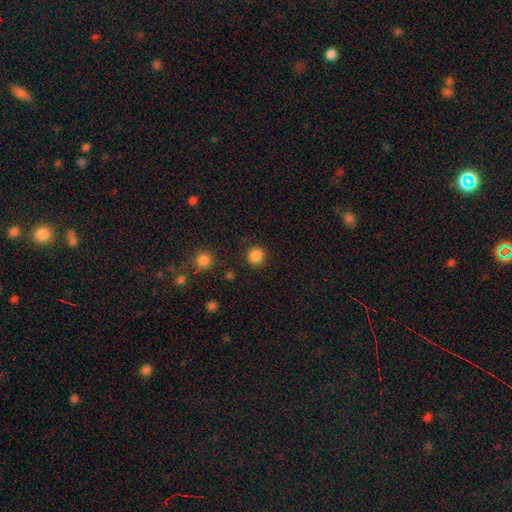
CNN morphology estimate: A smooth galaxy with no disk features (86%) that is round (91%). Merging: none (89%).